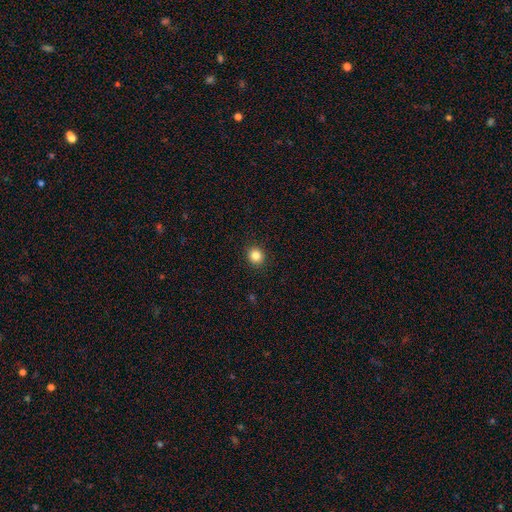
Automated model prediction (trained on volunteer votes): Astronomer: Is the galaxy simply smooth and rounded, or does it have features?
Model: smooth — 84%.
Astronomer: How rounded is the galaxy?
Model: round — 88%.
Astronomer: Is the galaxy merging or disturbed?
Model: none — 92%.